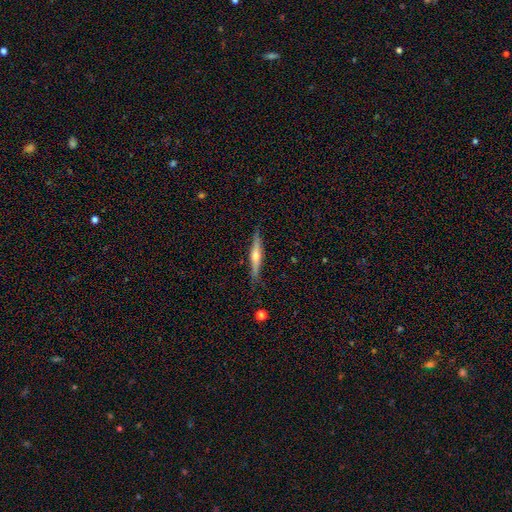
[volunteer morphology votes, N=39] Q: Smooth or featured?
A: featured or disk (74%); runner-up: smooth (23%)
Q: Edge-on disk?
A: yes (100%)
Q: Edge-on bulge?
A: rounded (93%); runner-up: boxy (3%)
Q: Merging?
A: none (89%); runner-up: minor disturbance (11%)